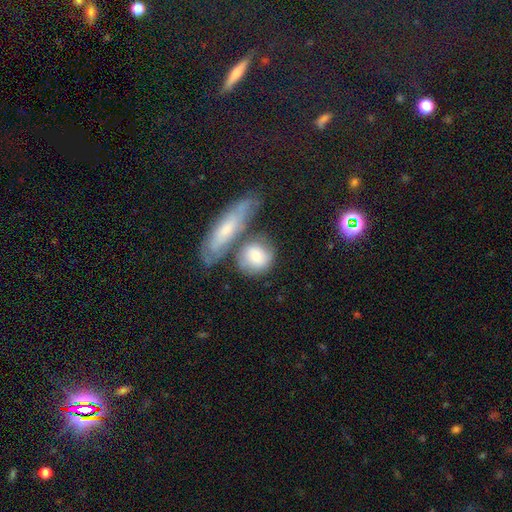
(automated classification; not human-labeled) The model was most divided on "merging": none: 48%, merger: 29%, minor disturbance: 16%, major disturbance: 7%. More confident: smooth or featured — smooth (68%); how rounded — round (59%).